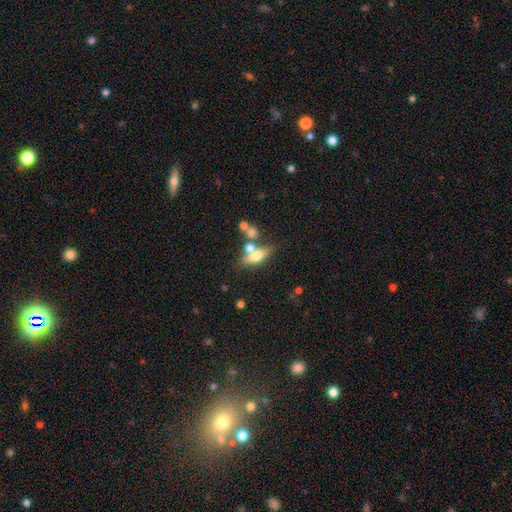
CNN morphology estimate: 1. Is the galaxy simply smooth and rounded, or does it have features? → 57% smooth, 33% featured or disk, 10% star or artifact.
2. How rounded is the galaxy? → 55% in between, 37% cigar-shaped, 8% round.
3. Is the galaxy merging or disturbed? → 53% none, 29% merger, 12% minor disturbance, 6% major disturbance.